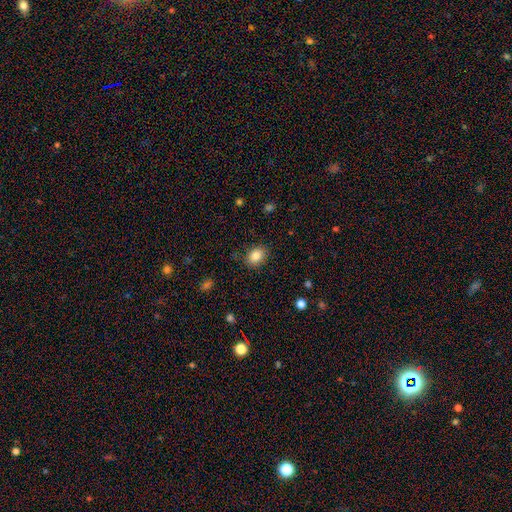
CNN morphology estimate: smooth 85%, star or artifact 9%, featured or disk 6%. Down the decision tree: how rounded — in between (62%); merging — none (86%).